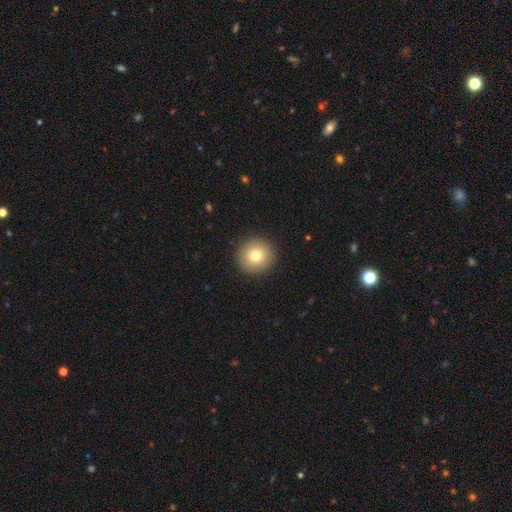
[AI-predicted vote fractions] A smooth galaxy with no disk features (78%) that is round (95%).

Vote fractions:
- Smooth or featured? smooth: 78% / featured or disk: 11% / star or artifact: 10%
- How rounded? round: 95% / in between: 4% / cigar-shaped: 1%
- Merging? none: 92% / minor disturbance: 5% / major disturbance: 2% / merger: 1%